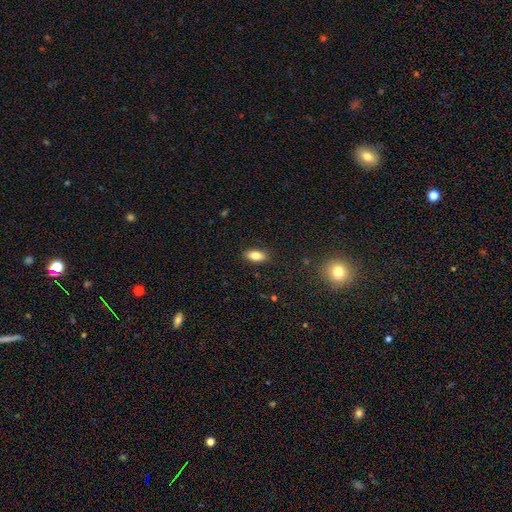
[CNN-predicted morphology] Q: Smooth or featured?
A: smooth (82%); runner-up: featured or disk (9%)
Q: How rounded?
A: in between (88%); runner-up: cigar-shaped (7%)
Q: Merging?
A: none (86%); runner-up: minor disturbance (10%)